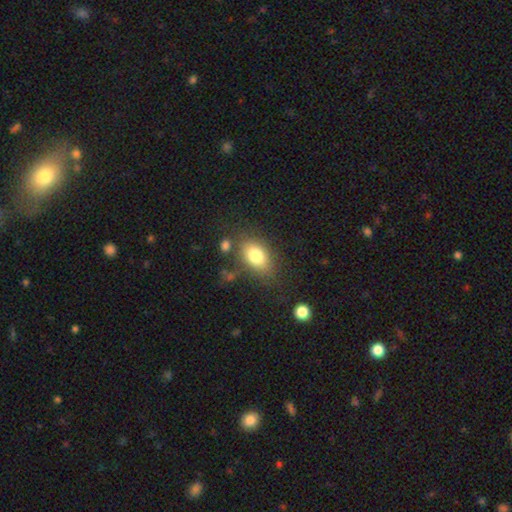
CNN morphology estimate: A smooth galaxy with no disk features (79%) that is in between round and cigar-shaped (84%). Merging: none (73%).